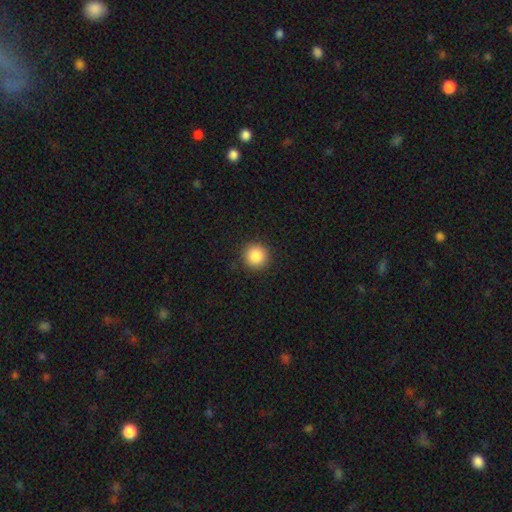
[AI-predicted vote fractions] Morphology: type=smooth (87%); roundness=round (94%); merging=none (91%).